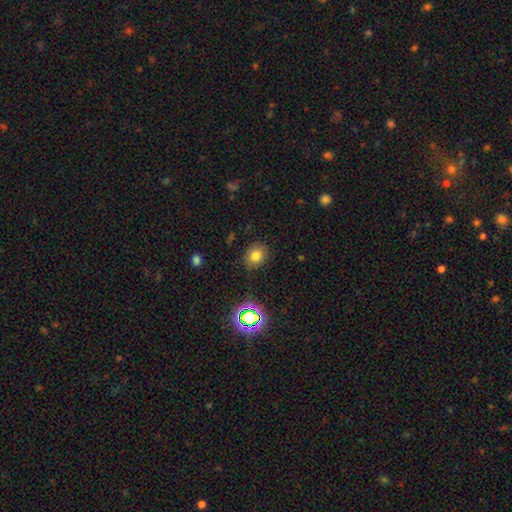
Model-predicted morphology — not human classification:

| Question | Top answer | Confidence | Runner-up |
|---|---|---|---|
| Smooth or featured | smooth | 76% | star or artifact (16%) |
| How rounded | round | 63% | in between (36%) |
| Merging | none | 85% | minor disturbance (11%) |